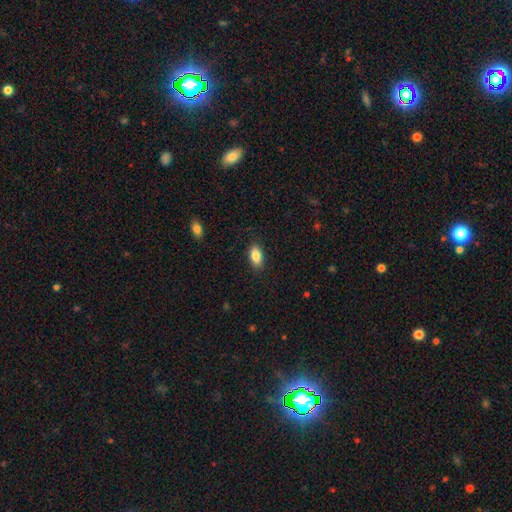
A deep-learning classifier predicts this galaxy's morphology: smooth_or_featured: smooth (p=0.86) [alt: star or artifact p=0.07]
how_rounded: in between (p=0.91) [alt: cigar-shaped p=0.05]
merging: none (p=0.88) [alt: minor disturbance p=0.09]